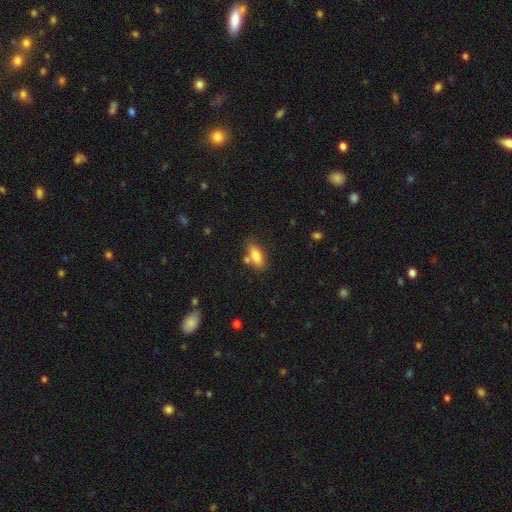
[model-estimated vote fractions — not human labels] smooth-or-featured: smooth: 78% | featured or disk: 14% | star or artifact: 7%
  how-rounded: in between: 78% | cigar-shaped: 18% | round: 3%
  merging: none: 65% | minor disturbance: 17% | merger: 14% | major disturbance: 4%